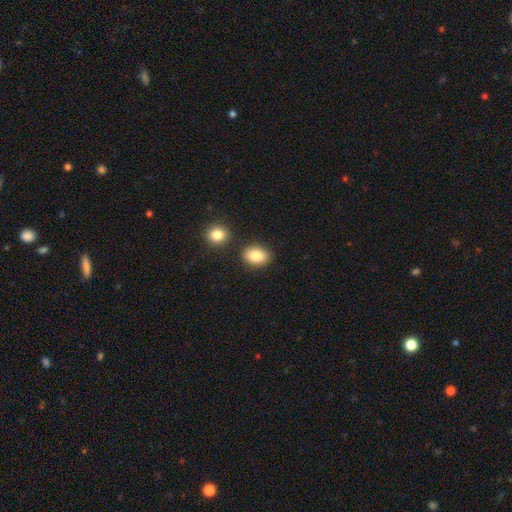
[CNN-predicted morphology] Q: Smooth or featured?
A: smooth (86%); runner-up: star or artifact (8%)
Q: How rounded?
A: in between (75%); runner-up: round (24%)
Q: Merging?
A: none (79%); runner-up: minor disturbance (11%)